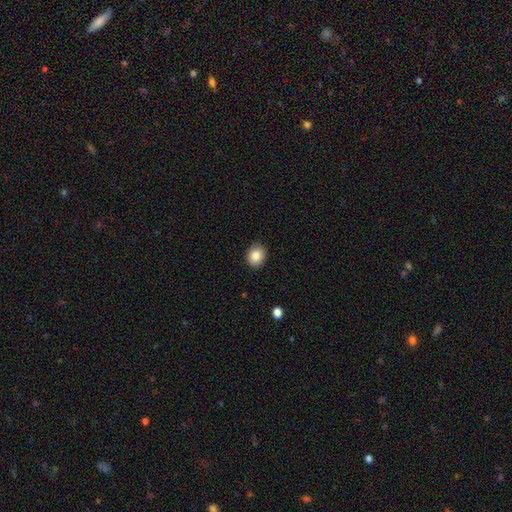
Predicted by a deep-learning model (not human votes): Overall: smooth (84%). How rounded: round (55%; in between 44%). Merging: none (89%).